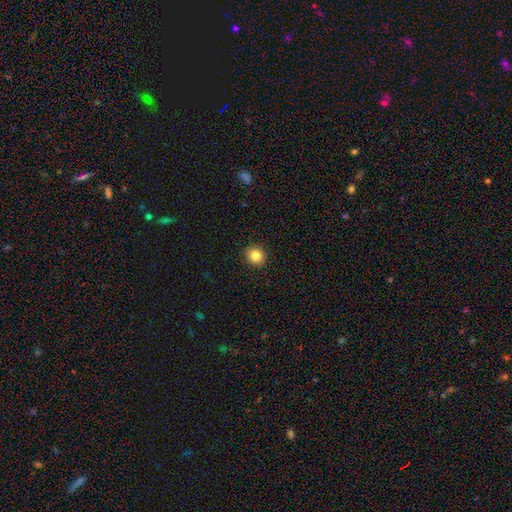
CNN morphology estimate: Overall: smooth (84%). How rounded: round (90%). Merging: none (92%).